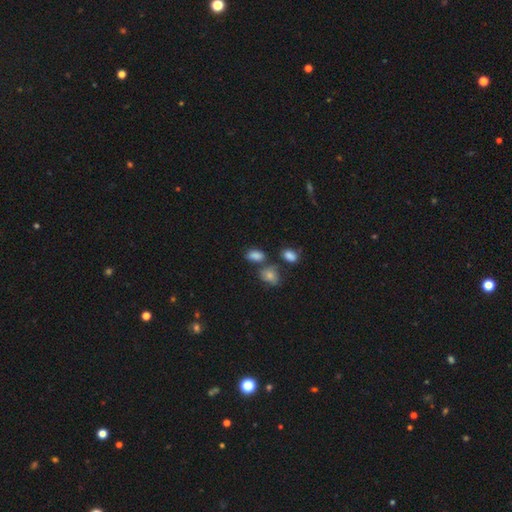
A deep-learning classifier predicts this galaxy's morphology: smooth_or_featured: smooth (p=0.80) [alt: star or artifact p=0.11]
how_rounded: in between (p=0.84) [alt: round p=0.13]
merging: none (p=0.54) [alt: merger p=0.21]